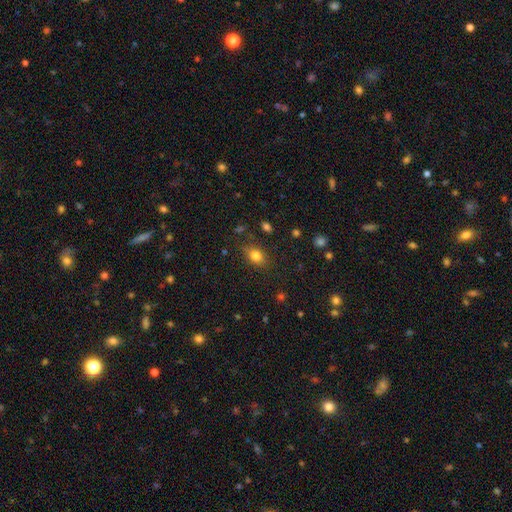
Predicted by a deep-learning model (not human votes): A smooth galaxy with no disk features (80%) that is in between round and cigar-shaped (69%).

Vote fractions:
- Smooth or featured? smooth: 80% / star or artifact: 11% / featured or disk: 9%
- How rounded? in between: 69% / round: 29% / cigar-shaped: 3%
- Merging? none: 79% / minor disturbance: 15% / major disturbance: 4% / merger: 2%